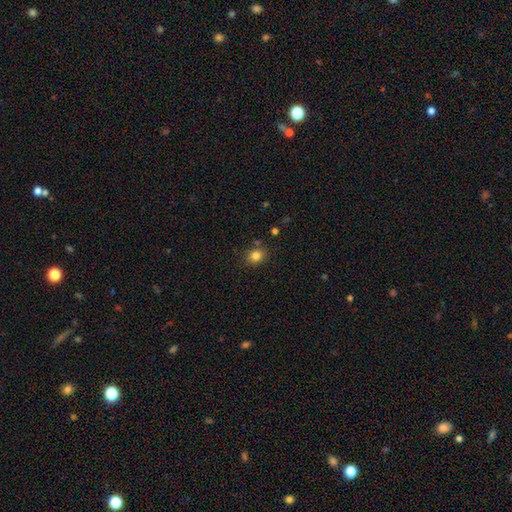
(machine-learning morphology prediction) smooth 83%, star or artifact 12%, featured or disk 6%. Down the decision tree: how rounded — round (62%); merging — none (81%).